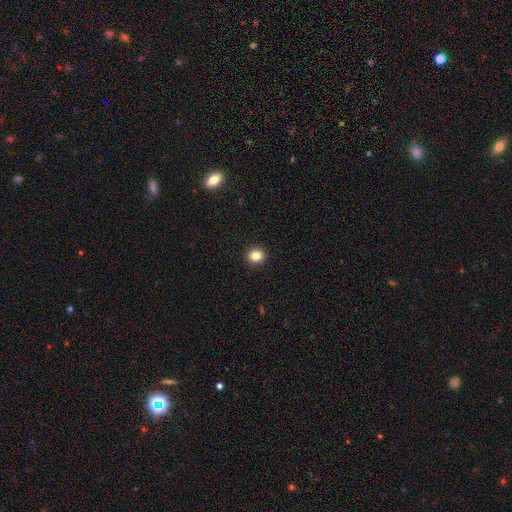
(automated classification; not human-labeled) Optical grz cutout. It shows a smooth galaxy with no disk features (85%) that is round (79%). Merging: none (93%).